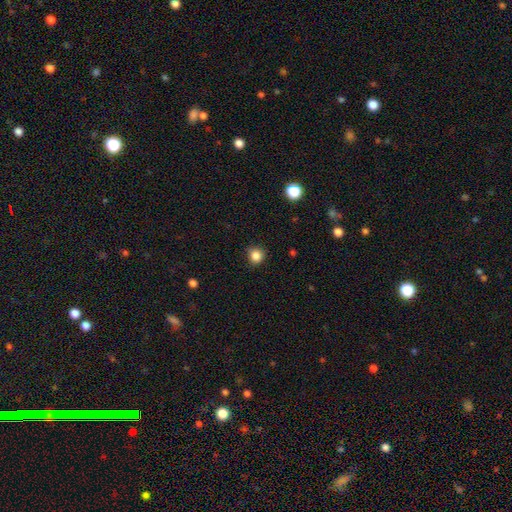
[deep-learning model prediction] smooth-or-featured: smooth: 85% | star or artifact: 11% | featured or disk: 4%
  how-rounded: round: 89% | in between: 10% | cigar-shaped: 1%
  merging: none: 87% | minor disturbance: 10% | major disturbance: 2% | merger: 1%